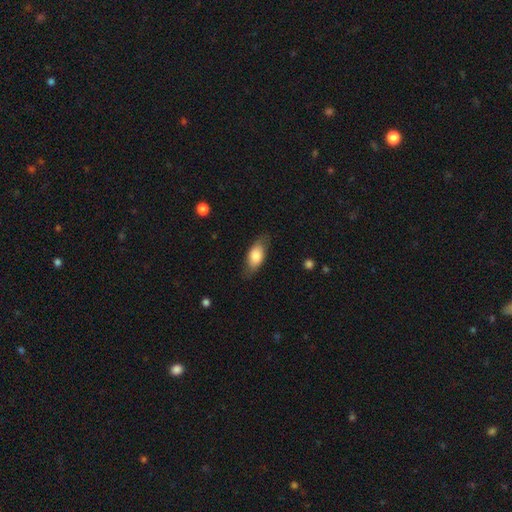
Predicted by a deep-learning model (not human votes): The model was most divided on "merging": none: 75%, minor disturbance: 19%, major disturbance: 5%, merger: 1%. More confident: how rounded — in between (85%); smooth or featured — smooth (76%).